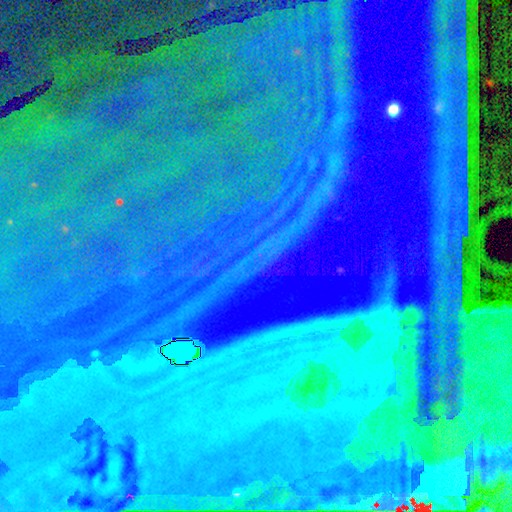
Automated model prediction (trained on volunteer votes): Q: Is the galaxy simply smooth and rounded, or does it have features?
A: star or artifact — 88%.